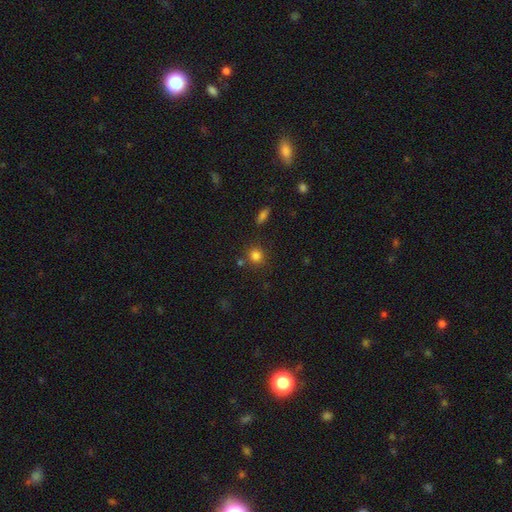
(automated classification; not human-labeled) Smooth or featured: smooth — 82% (star or artifact — 13%)
How rounded: round — 84% (in between — 14%)
Merging: none — 79% (minor disturbance — 10%)